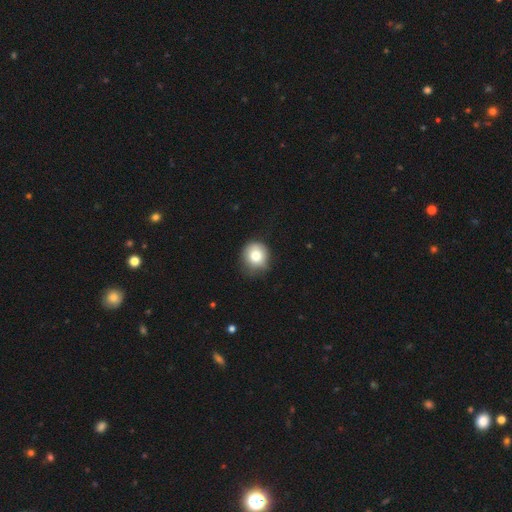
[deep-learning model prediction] smooth 79%, featured or disk 11%, star or artifact 10%. Down the decision tree: how rounded — round (86%); merging — none (70%).